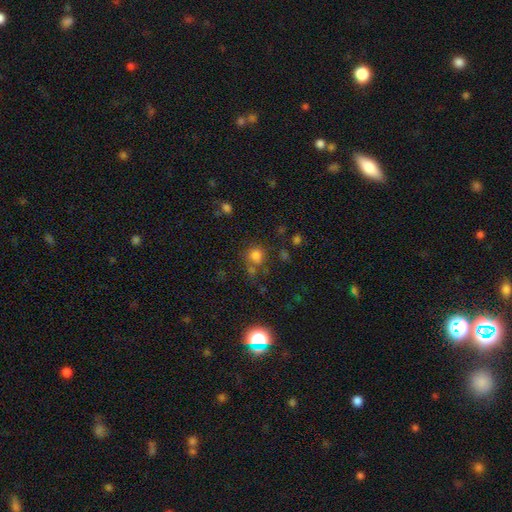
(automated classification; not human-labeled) Smooth or featured: smooth — 76% (star or artifact — 17%)
How rounded: round — 82% (in between — 17%)
Merging: none — 60% (merger — 19%)